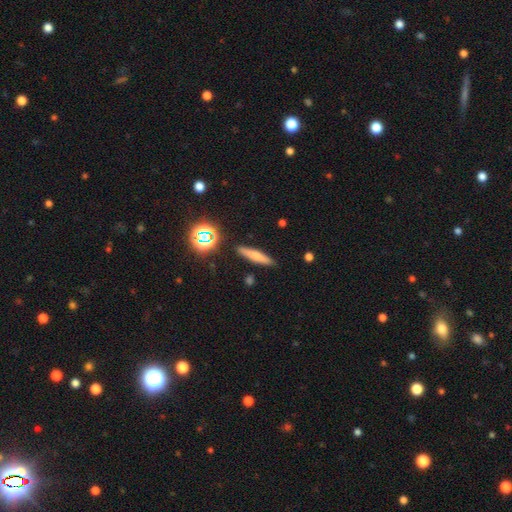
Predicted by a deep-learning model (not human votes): smooth 62%, featured or disk 27%, star or artifact 11%. Down the decision tree: how rounded — cigar-shaped (85%); merging — none (88%).